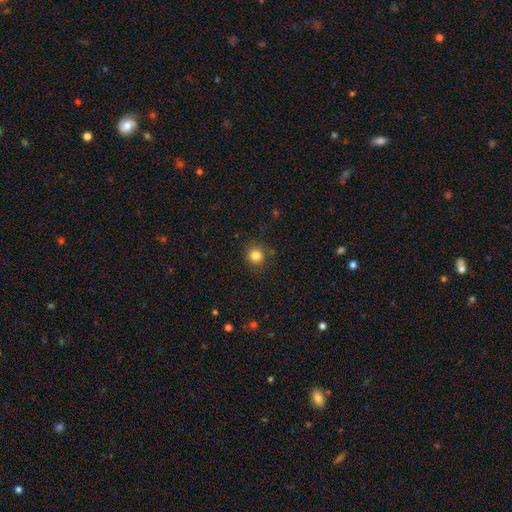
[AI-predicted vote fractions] A smooth galaxy with no disk features (82%) that is round (93%).

Vote fractions:
- Smooth or featured? smooth: 82% / star or artifact: 13% / featured or disk: 5%
- How rounded? round: 93% / in between: 6% / cigar-shaped: 1%
- Merging? none: 86% / minor disturbance: 9% / major disturbance: 3% / merger: 3%